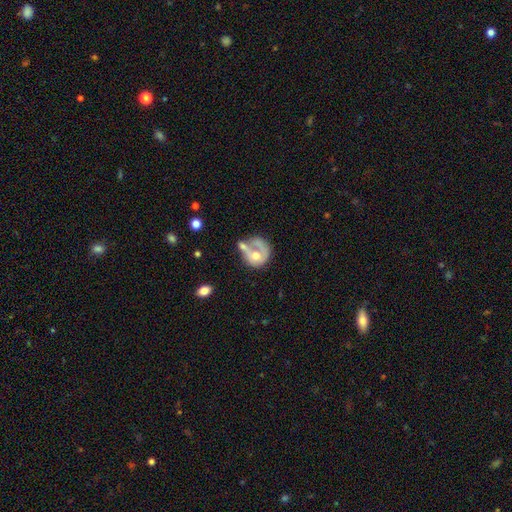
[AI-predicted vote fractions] This is possibly a featured or disk galaxy (52%). It is clearly not viewed edge-on (97%). Bar: clearly no (84%). Spiral arm pattern: likely no (65%). Central bulge: likely moderate (67%). Merging: marginally merger (36%).